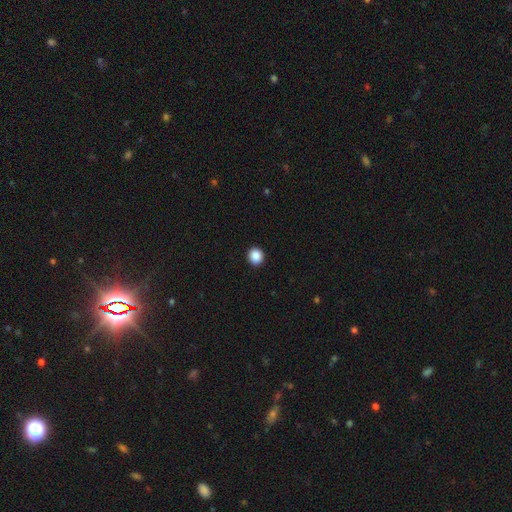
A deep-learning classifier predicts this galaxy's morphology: This is clearly a smooth galaxy (88%). How rounded: clearly round (89%). Merging: clearly none (93%).